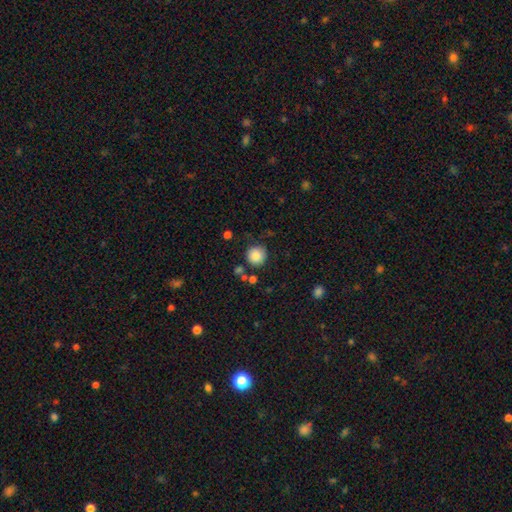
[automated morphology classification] Smooth or featured?
  - smooth: 86% *
  - star or artifact: 9%
  - featured or disk: 5%
How rounded?
  - round: 94% *
  - in between: 5%
  - cigar-shaped: 1%
Merging?
  - none: 82% *
  - minor disturbance: 10%
  - merger: 5%
  - major disturbance: 3%